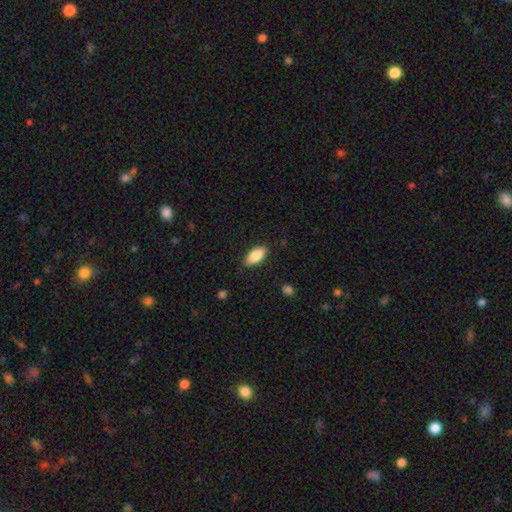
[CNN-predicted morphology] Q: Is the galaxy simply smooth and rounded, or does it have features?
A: smooth — 84%.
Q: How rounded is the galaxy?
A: in between — 88%.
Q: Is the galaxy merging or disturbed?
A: none — 85%.